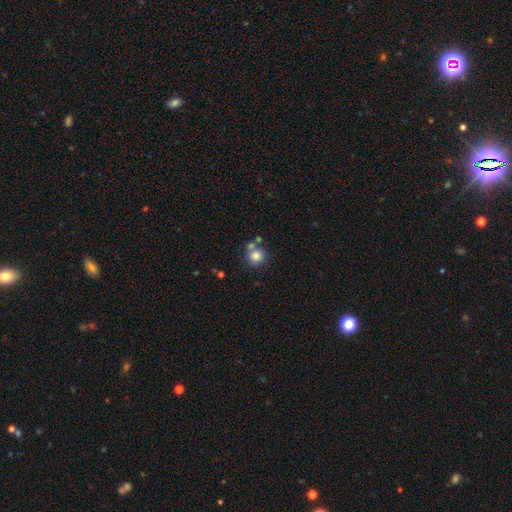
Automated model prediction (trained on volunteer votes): Q: Smooth or featured?
A: smooth (81%); runner-up: star or artifact (11%)
Q: How rounded?
A: round (91%); runner-up: in between (8%)
Q: Merging?
A: none (65%); runner-up: merger (21%)